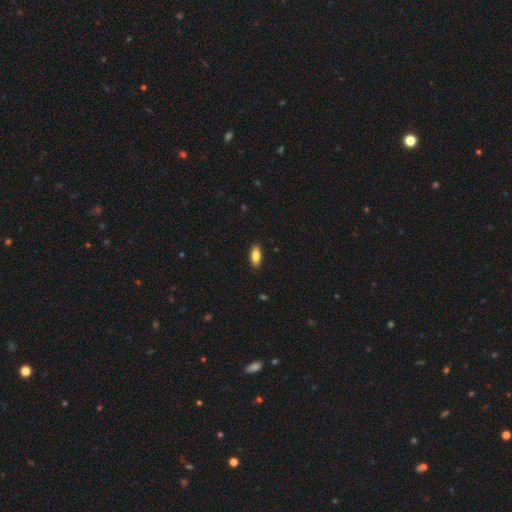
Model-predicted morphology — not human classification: Smooth or featured?
  - smooth: 84% *
  - featured or disk: 9%
  - star or artifact: 7%
How rounded?
  - in between: 83% *
  - cigar-shaped: 15%
  - round: 2%
Merging?
  - none: 89% *
  - minor disturbance: 8%
  - major disturbance: 2%
  - merger: 1%